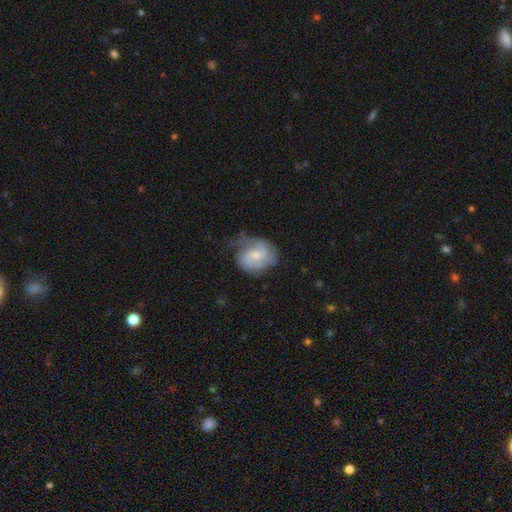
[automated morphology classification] A featured or disk galaxy (61%) with no bar (60%), 2 (47%) medium (44%) spiral arms (86%) and a small central bulge (48%).

Vote fractions:
- Smooth or featured? featured or disk: 61% / smooth: 32% / star or artifact: 7%
- Edge-on disk? no: 98% / yes: 2%
- Bar? no: 60% / weak: 36% / strong: 5%
- Spiral arms? yes: 86% / no: 14%
- Spiral winding? medium: 44% / tight: 37% / loose: 20%
- Spiral arm count? 2: 47% / can't tell: 28% / 3: 13% / 1: 5% / 4: 3% / more than 4: 3%
- Bulge size? small: 48% / moderate: 43% / none: 5% / large: 3% / dominant: 1%
- Merging? none: 54% / minor disturbance: 30% / major disturbance: 15% / merger: 2%